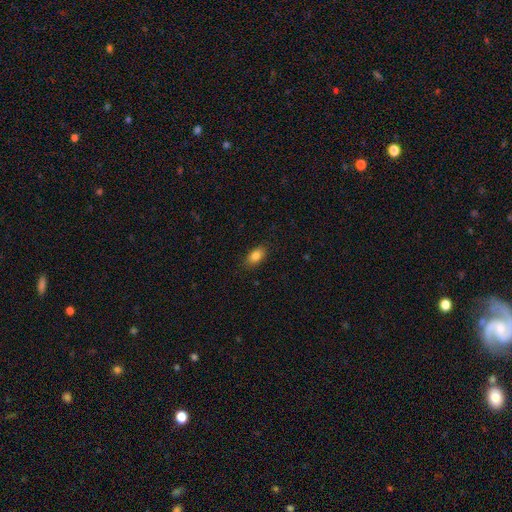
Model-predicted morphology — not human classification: Smooth or featured?
  - smooth: 83% *
  - star or artifact: 9%
  - featured or disk: 9%
How rounded?
  - in between: 86% *
  - round: 10%
  - cigar-shaped: 4%
Merging?
  - none: 85% *
  - minor disturbance: 11%
  - major disturbance: 2%
  - merger: 1%